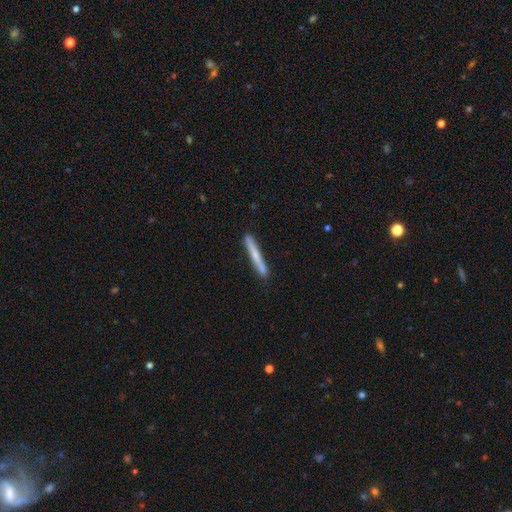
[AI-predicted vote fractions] The model was most divided on "smooth or featured": smooth: 54%, featured or disk: 40%, star or artifact: 6%. More confident: how rounded — cigar-shaped (96%); merging — none (86%).